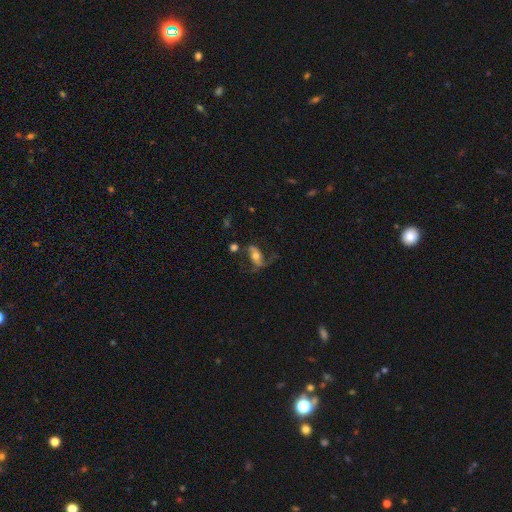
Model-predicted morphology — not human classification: smooth_or_featured: featured or disk (p=0.69) [alt: smooth p=0.22]
disk_edge_on: no (p=0.91) [alt: yes p=0.09]
bar: no (p=0.52) [alt: weak p=0.28]
has_spiral_arms: yes (p=0.85) [alt: no p=0.15]
spiral_winding: loose (p=0.70) [alt: medium p=0.23]
spiral_arm_count: 2 (p=0.82) [alt: 1 p=0.10]
bulge_size: moderate (p=0.64) [alt: small p=0.19]
merging: none (p=0.48) [alt: major disturbance p=0.26]